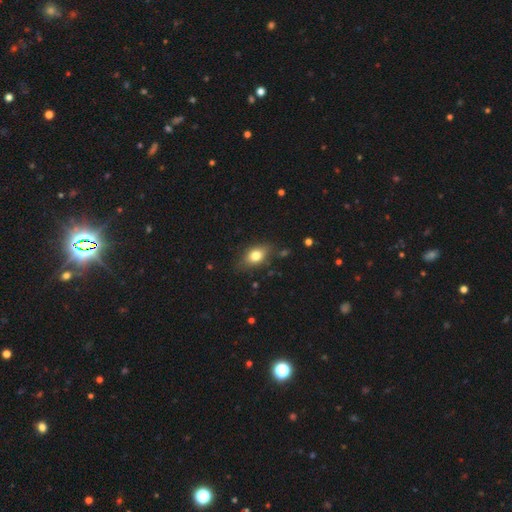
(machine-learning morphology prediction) Smooth or featured? Predicted: smooth (p=0.76). How rounded? Predicted: in between (p=0.79). Merging? Predicted: none (p=0.77).